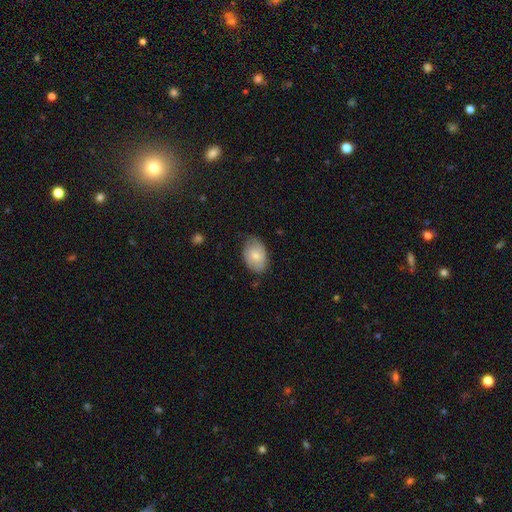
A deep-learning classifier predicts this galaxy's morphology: smooth_or_featured: smooth (p=0.72) [alt: featured or disk p=0.22]
how_rounded: in between (p=0.86) [alt: round p=0.13]
merging: none (p=0.71) [alt: minor disturbance p=0.23]